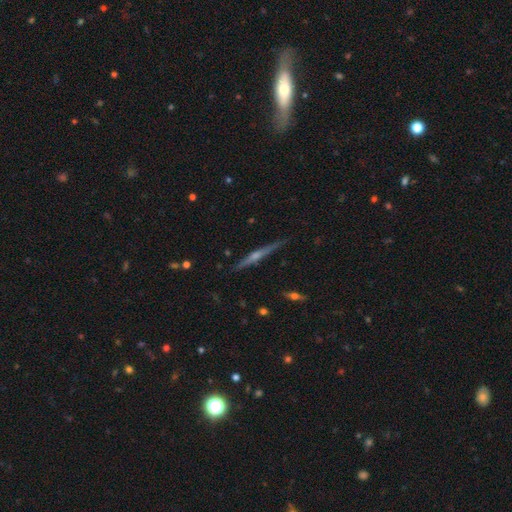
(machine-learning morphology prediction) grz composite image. It shows a featured or disk galaxy (71%) viewed edge-on (92%) with a rounded central bulge (79%). Merging: none (84%).